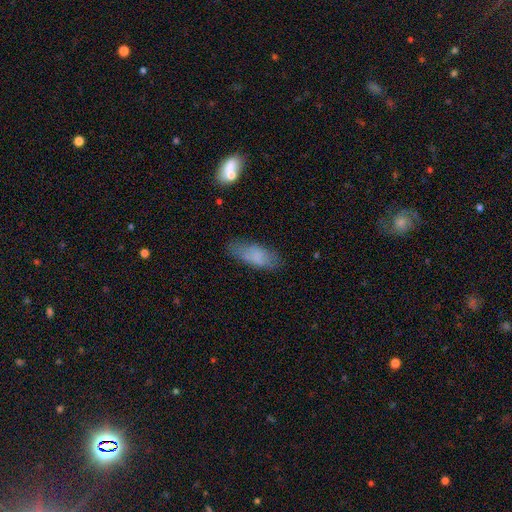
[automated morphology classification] Smooth or featured? smooth (76%)
How rounded? in between (74%)
Merging? none (68%)